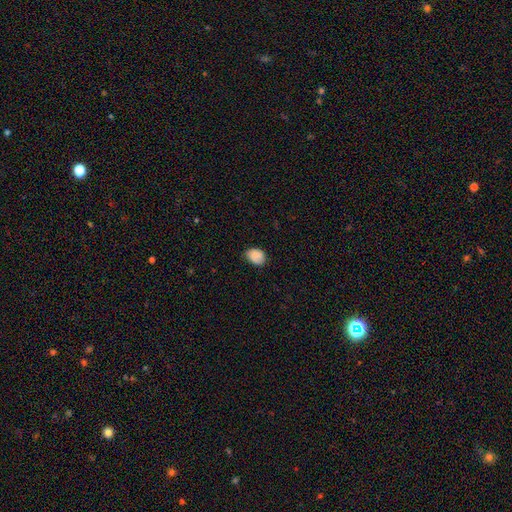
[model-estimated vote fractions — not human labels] This is clearly a smooth galaxy (83%). How rounded: likely in between (66%). Merging: likely none (68%).